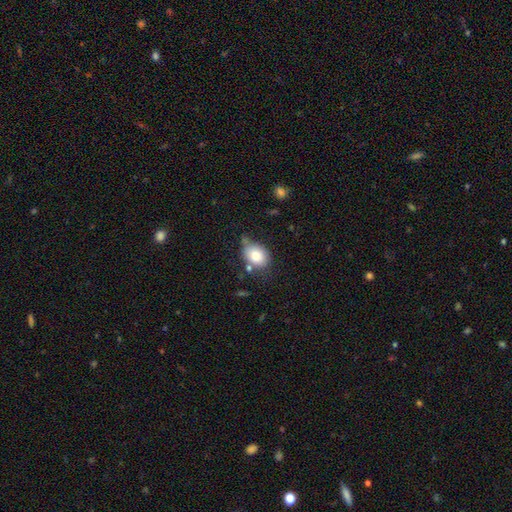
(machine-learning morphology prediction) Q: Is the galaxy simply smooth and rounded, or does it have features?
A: smooth — 80%.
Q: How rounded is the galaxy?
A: in between — 56%.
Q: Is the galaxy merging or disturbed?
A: none — 53%.